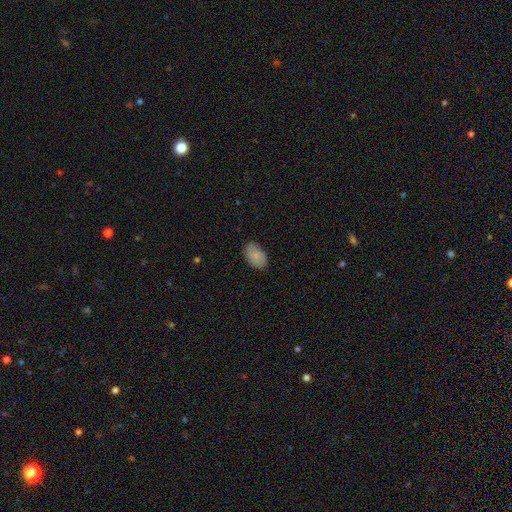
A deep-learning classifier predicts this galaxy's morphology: The model was most divided on "merging": none: 78%, minor disturbance: 18%, major disturbance: 3%, merger: 1%. More confident: how rounded — in between (91%); smooth or featured — smooth (84%).